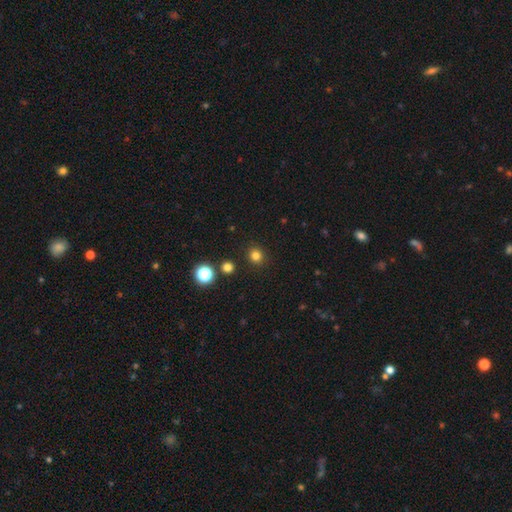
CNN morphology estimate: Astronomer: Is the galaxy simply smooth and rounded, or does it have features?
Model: smooth — 80%.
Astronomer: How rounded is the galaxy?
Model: round — 89%.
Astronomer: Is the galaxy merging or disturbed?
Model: none — 90%.